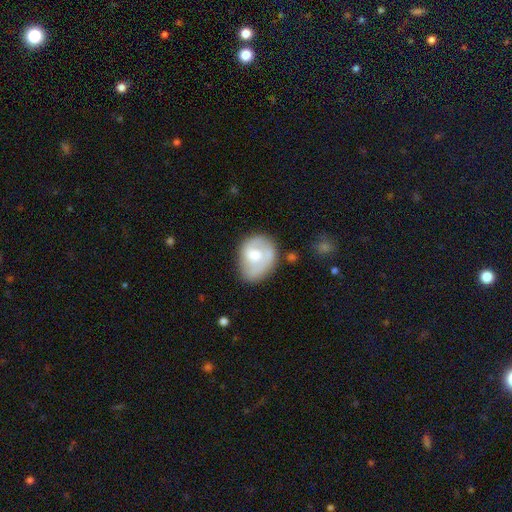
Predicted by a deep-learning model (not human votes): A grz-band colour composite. It shows a featured or disk galaxy (50%). Merging: none (58%).